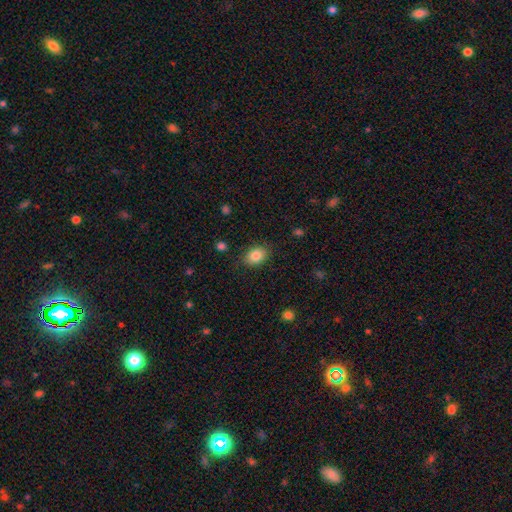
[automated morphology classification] The model was most divided on "how rounded": in between: 74%, round: 25%, cigar-shaped: 1%. More confident: smooth or featured — smooth (85%); merging — none (84%).